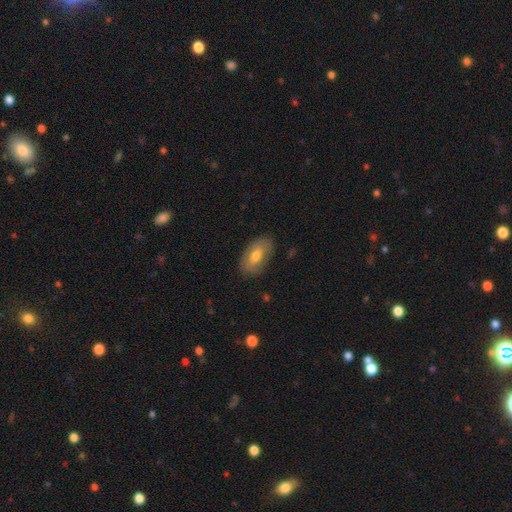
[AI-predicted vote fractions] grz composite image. It shows a smooth galaxy with no disk features (63%) that is in between round and cigar-shaped (91%). Merging: none (80%).